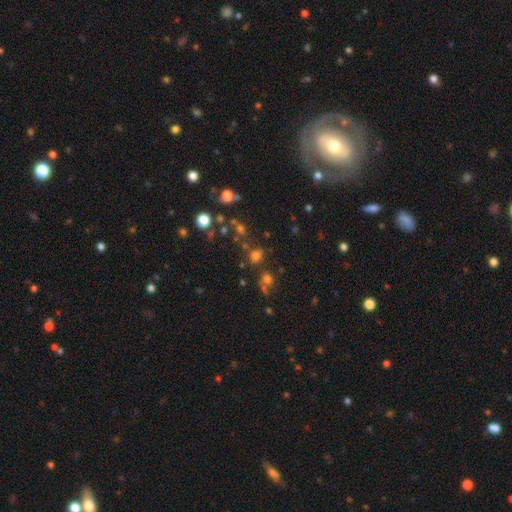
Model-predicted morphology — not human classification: Q: Smooth or featured?
A: smooth (62%); runner-up: star or artifact (28%)
Q: How rounded?
A: in between (55%); runner-up: round (43%)
Q: Merging?
A: none (61%); runner-up: merger (18%)